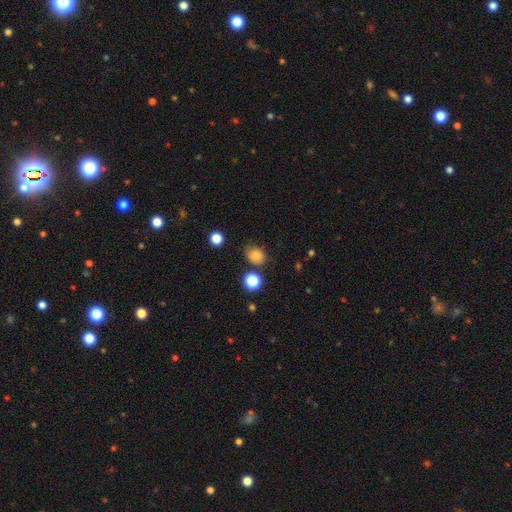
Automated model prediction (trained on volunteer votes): This is clearly a smooth galaxy (81%). How rounded: possibly round (58%). Merging: likely none (71%).